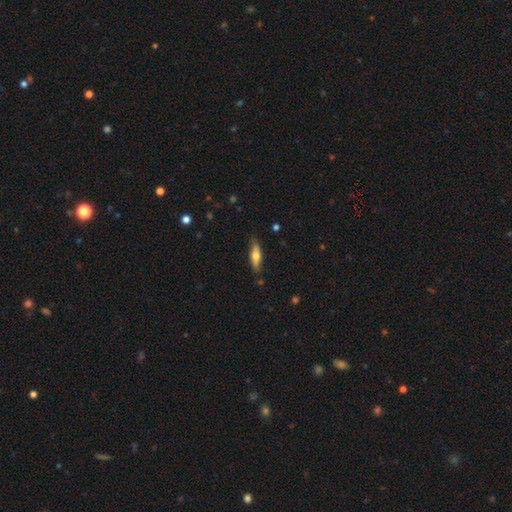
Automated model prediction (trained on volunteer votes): smooth-or-featured: smooth: 61% | featured or disk: 33% | star or artifact: 6%
  how-rounded: cigar-shaped: 54% | in between: 44% | round: 2%
  merging: none: 81% | minor disturbance: 15% | major disturbance: 3% | merger: 2%